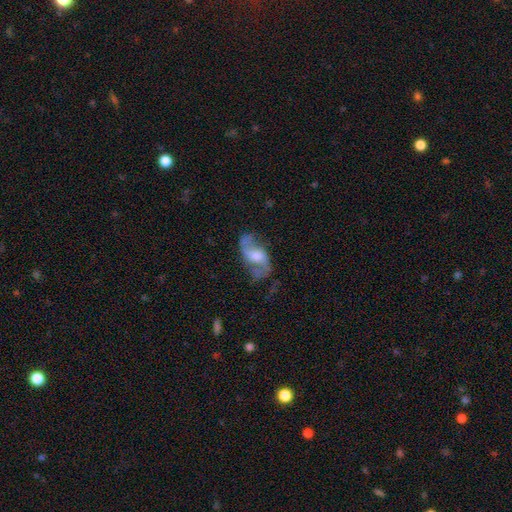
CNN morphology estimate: Smooth or featured? Predicted: featured or disk (p=0.74). Edge-on disk? Predicted: no (p=0.94). Bar? Predicted: weak (p=0.44). Spiral arms? Predicted: yes (p=0.86). Spiral winding? Predicted: loose (p=0.64). Spiral arm count? Predicted: 2 (p=0.86). Bulge size? Predicted: moderate (p=0.46). Merging? Predicted: none (p=0.54).